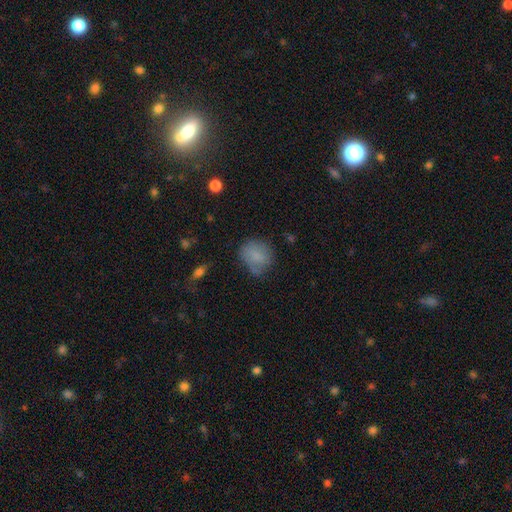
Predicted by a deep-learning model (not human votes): smooth 78%, featured or disk 13%, star or artifact 9%. Down the decision tree: how rounded — round (59%); merging — none (57%).